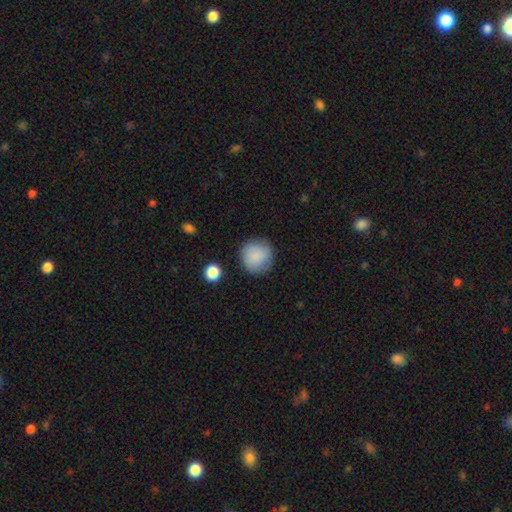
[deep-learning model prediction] Smooth or featured? smooth (87%)
How rounded? round (92%)
Merging? none (83%)